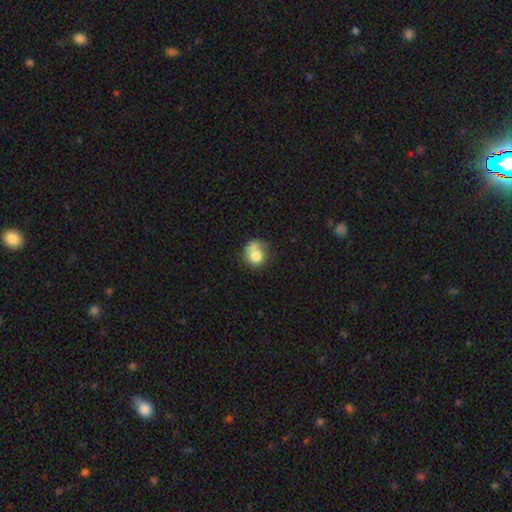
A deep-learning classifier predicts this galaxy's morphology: smooth_or_featured: smooth (p=0.75) [alt: featured or disk p=0.15]
how_rounded: round (p=0.75) [alt: in between p=0.24]
merging: none (p=0.44) [alt: minor disturbance p=0.25]